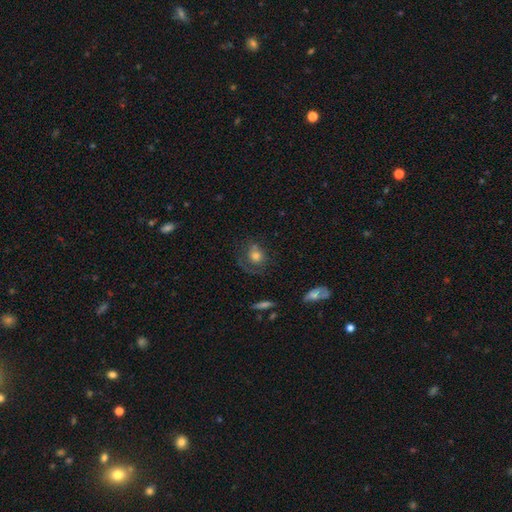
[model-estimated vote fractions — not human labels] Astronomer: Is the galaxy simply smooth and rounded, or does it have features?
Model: smooth — 57%.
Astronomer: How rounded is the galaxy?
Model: round — 69%.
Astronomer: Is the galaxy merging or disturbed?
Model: none — 51%.